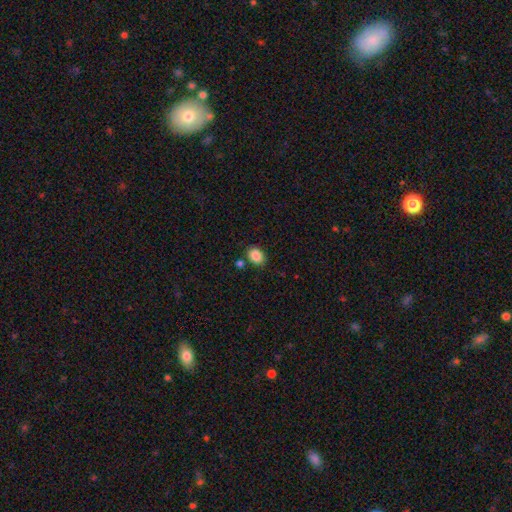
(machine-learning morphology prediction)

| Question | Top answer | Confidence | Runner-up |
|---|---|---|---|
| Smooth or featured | smooth | 87% | star or artifact (8%) |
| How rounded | in between | 68% | round (31%) |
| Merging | none | 83% | minor disturbance (9%) |